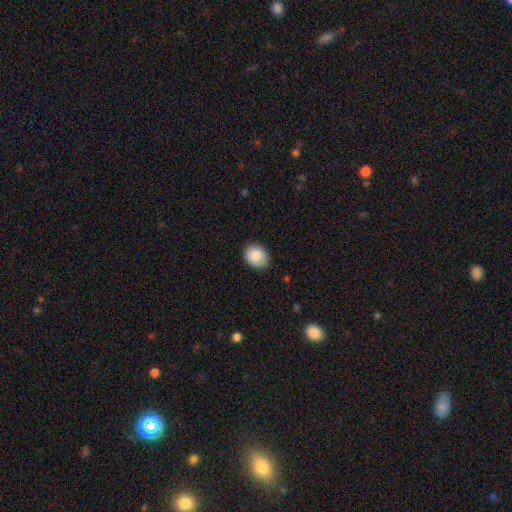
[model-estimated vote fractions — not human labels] smooth-or-featured: smooth: 86% | star or artifact: 7% | featured or disk: 7%
  how-rounded: in between: 54% | round: 45% | cigar-shaped: 1%
  merging: none: 84% | minor disturbance: 12% | major disturbance: 2% | merger: 1%